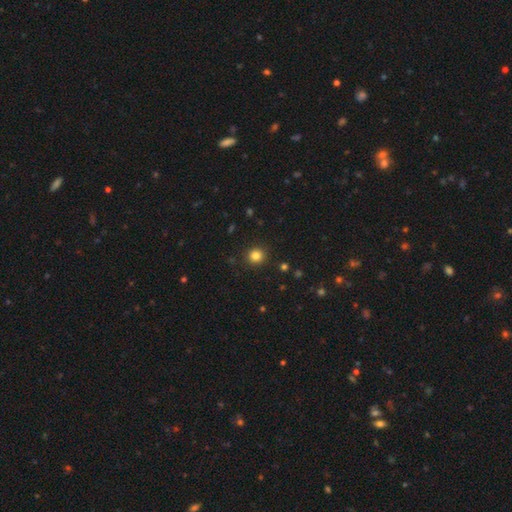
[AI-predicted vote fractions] Smooth or featured? smooth (83%)
How rounded? round (90%)
Merging? none (91%)